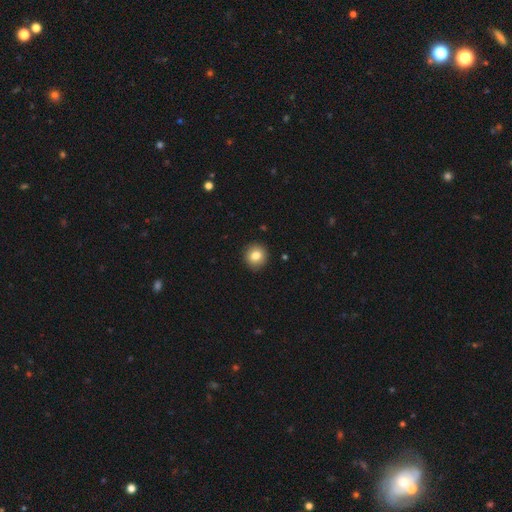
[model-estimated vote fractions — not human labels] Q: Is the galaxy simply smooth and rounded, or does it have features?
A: smooth — 82%.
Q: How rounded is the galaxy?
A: round — 90%.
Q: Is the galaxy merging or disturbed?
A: none — 92%.